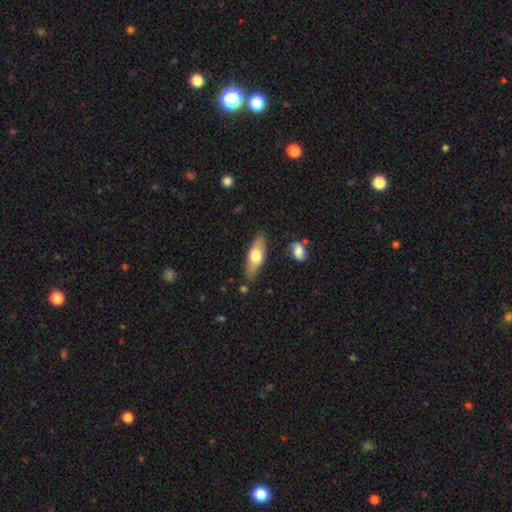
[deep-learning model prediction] smooth_or_featured: smooth (p=0.61) [alt: featured or disk p=0.33]
how_rounded: in between (p=0.58) [alt: cigar-shaped p=0.39]
merging: none (p=0.80) [alt: minor disturbance p=0.13]